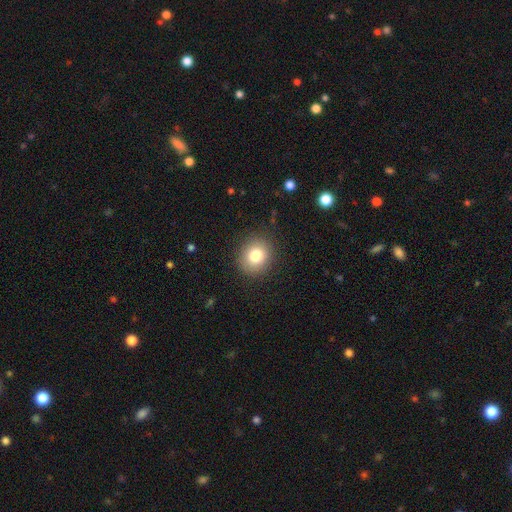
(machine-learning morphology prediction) smooth 80%, star or artifact 11%, featured or disk 10%. Down the decision tree: how rounded — round (80%); merging — none (89%).